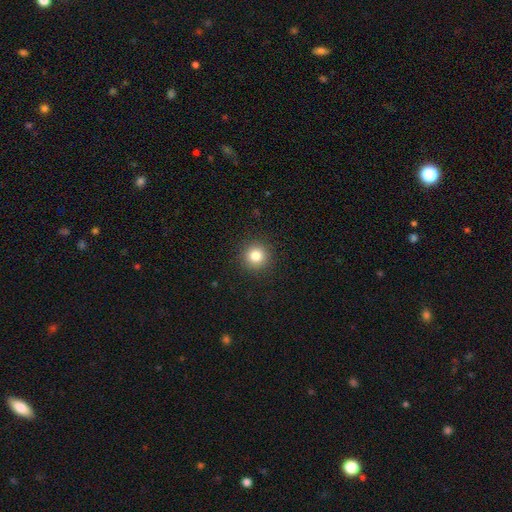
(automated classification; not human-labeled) A smooth galaxy with no disk features (82%) that is round (95%). Merging: none (92%).